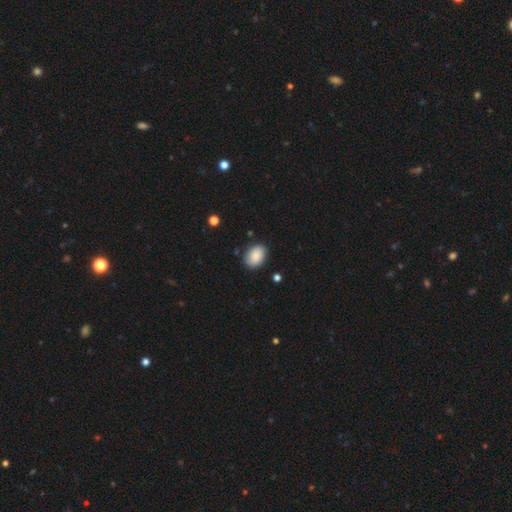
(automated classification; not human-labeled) Q: Smooth or featured?
A: smooth (86%); runner-up: star or artifact (7%)
Q: How rounded?
A: in between (78%); runner-up: round (21%)
Q: Merging?
A: none (83%); runner-up: minor disturbance (13%)